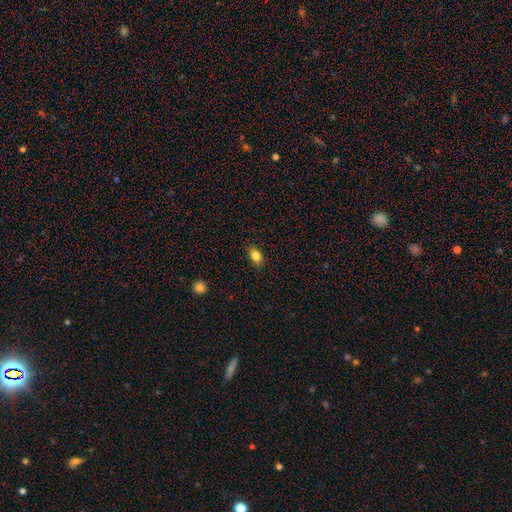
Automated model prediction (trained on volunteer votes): smooth_or_featured: smooth (p=0.83) [alt: star or artifact p=0.09]
how_rounded: in between (p=0.83) [alt: round p=0.14]
merging: none (p=0.86) [alt: minor disturbance p=0.10]